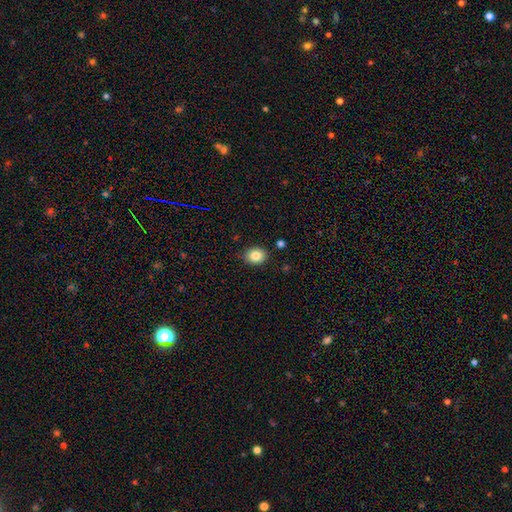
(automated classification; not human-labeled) Smooth or featured?
  - smooth: 85% *
  - star or artifact: 9%
  - featured or disk: 6%
How rounded?
  - round: 53% *
  - in between: 47%
  - cigar-shaped: 1%
Merging?
  - none: 87% *
  - minor disturbance: 9%
  - major disturbance: 2%
  - merger: 2%